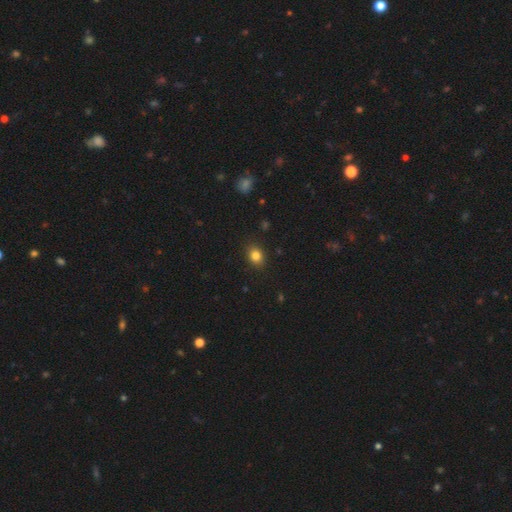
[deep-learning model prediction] Smooth or featured? smooth (84%)
How rounded? round (52%)
Merging? none (87%)